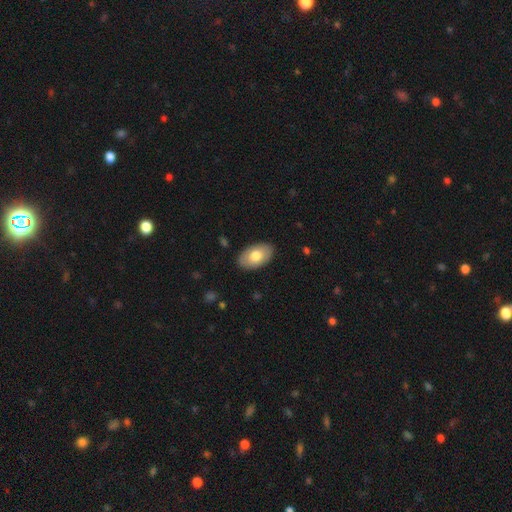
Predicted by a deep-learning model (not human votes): Smooth or featured? smooth (72%)
How rounded? in between (94%)
Merging? none (87%)